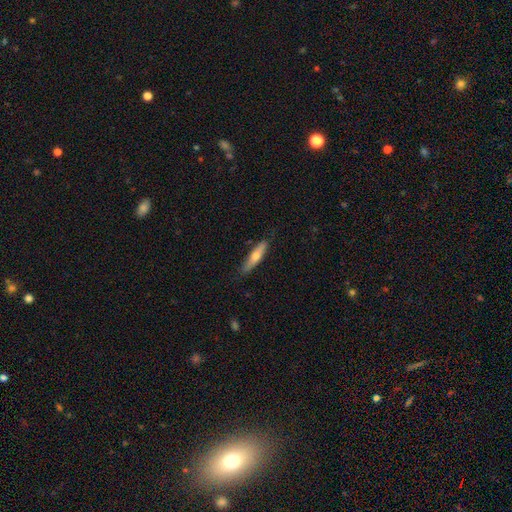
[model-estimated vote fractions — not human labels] Q: Smooth or featured?
A: smooth (56%); runner-up: featured or disk (38%)
Q: How rounded?
A: cigar-shaped (82%); runner-up: in between (16%)
Q: Merging?
A: none (84%); runner-up: minor disturbance (13%)